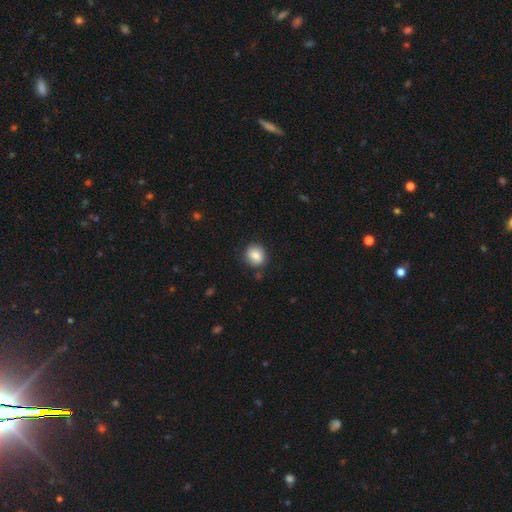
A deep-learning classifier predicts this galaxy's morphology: Smooth or featured? Predicted: smooth (p=0.83). How rounded? Predicted: round (p=0.76). Merging? Predicted: none (p=0.83).